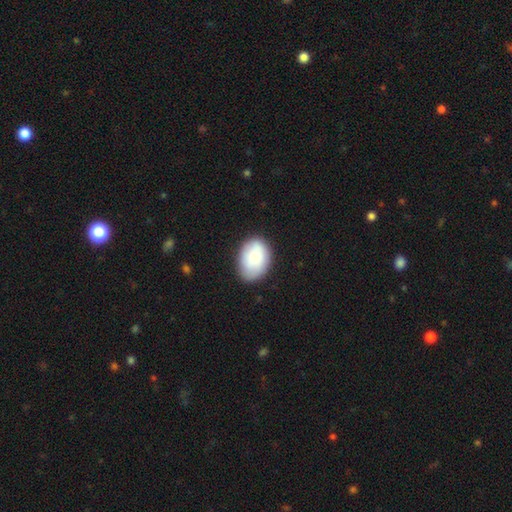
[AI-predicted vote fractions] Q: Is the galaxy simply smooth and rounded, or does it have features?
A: smooth — 84%.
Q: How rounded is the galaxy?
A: in between — 76%.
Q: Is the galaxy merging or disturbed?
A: none — 76%.